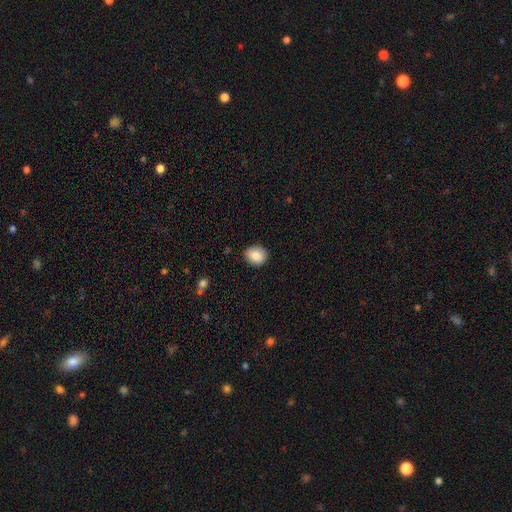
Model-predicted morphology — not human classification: smooth_or_featured: smooth (p=0.85) [alt: star or artifact p=0.08]
how_rounded: round (p=0.67) [alt: in between p=0.32]
merging: none (p=0.85) [alt: minor disturbance p=0.11]